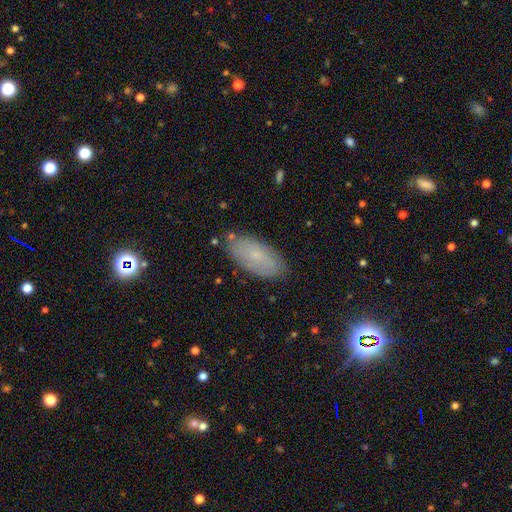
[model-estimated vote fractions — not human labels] smooth_or_featured: smooth (p=0.63) [alt: featured or disk p=0.26]
how_rounded: in between (p=0.91) [alt: cigar-shaped p=0.06]
merging: none (p=0.81) [alt: minor disturbance p=0.14]